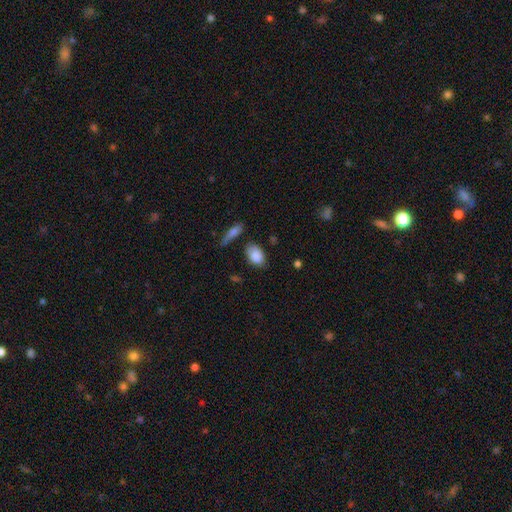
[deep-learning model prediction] Smooth or featured?
  - smooth: 85% *
  - featured or disk: 8%
  - star or artifact: 7%
How rounded?
  - in between: 88% *
  - round: 10%
  - cigar-shaped: 2%
Merging?
  - none: 64% *
  - minor disturbance: 24%
  - major disturbance: 6%
  - merger: 5%